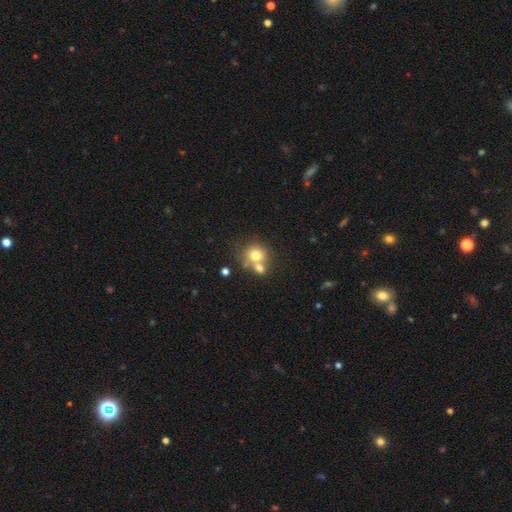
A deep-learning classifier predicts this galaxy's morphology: Smooth or featured?
  - smooth: 72% *
  - featured or disk: 17%
  - star or artifact: 11%
How rounded?
  - round: 80% *
  - in between: 20%
  - cigar-shaped: 1%
Merging?
  - merger: 47% *
  - none: 40%
  - minor disturbance: 9%
  - major disturbance: 4%